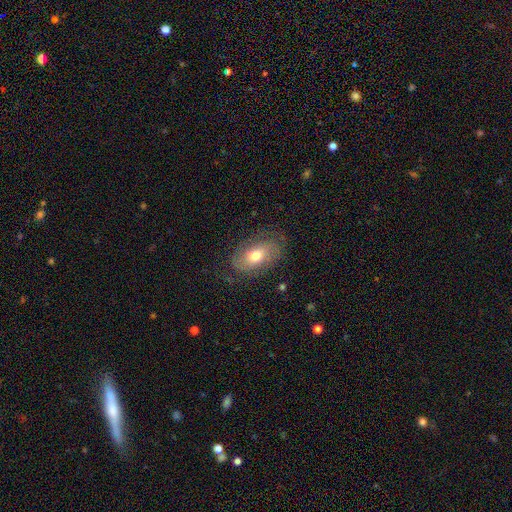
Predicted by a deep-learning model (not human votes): This is possibly a featured or disk galaxy (46%, tied with smooth). Merging: likely none (72%).